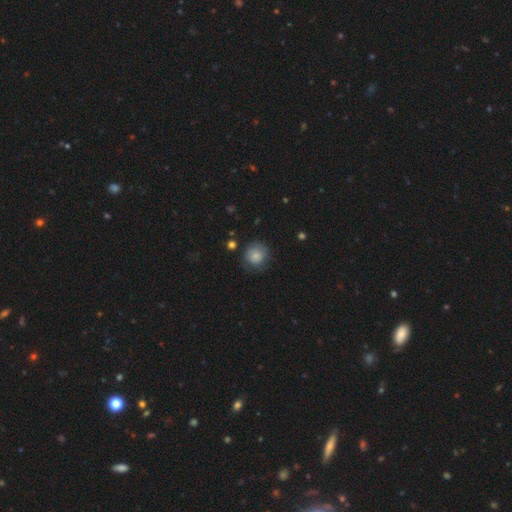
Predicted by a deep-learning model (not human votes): A smooth galaxy with no disk features (81%) that is round (89%). Merging: none (73%).